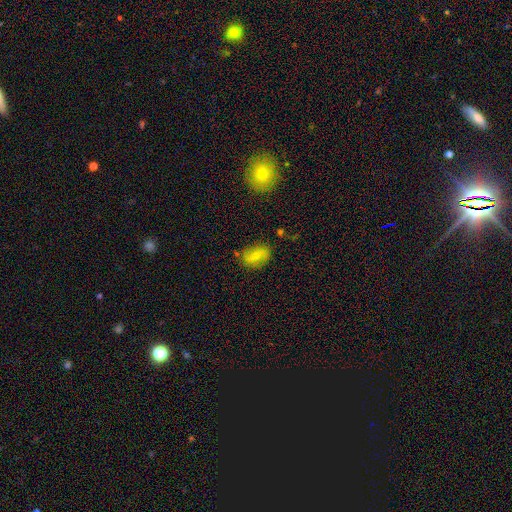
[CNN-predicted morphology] The model was most divided on "smooth or featured": smooth: 58%, featured or disk: 30%, star or artifact: 12%. More confident: merging — none (78%); how rounded — in between (77%).